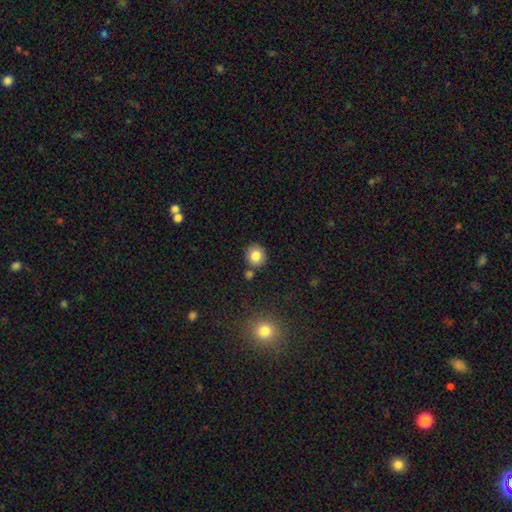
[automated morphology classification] A smooth galaxy with no disk features (82%) that is round (85%). Merging: none (80%).